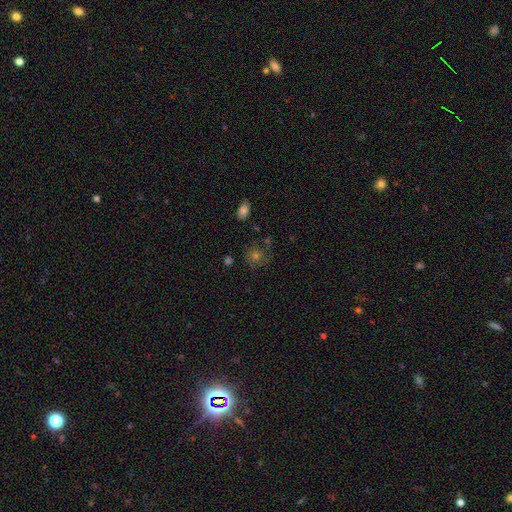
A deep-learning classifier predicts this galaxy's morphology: smooth 51%, star or artifact 26%, featured or disk 24%. Down the decision tree: how rounded — round (85%); merging — none (72%).